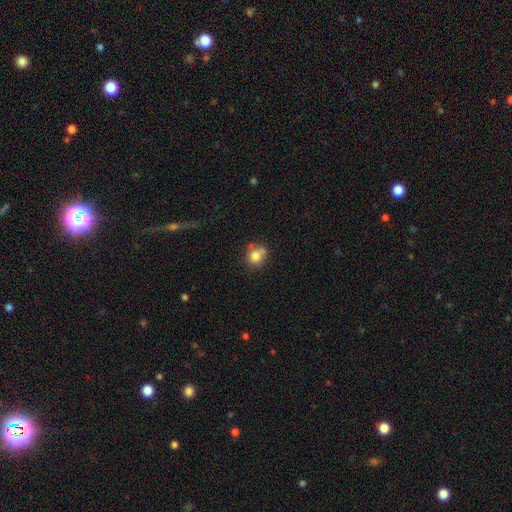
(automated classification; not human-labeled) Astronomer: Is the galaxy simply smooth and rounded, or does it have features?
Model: smooth — 78%.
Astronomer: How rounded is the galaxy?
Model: round — 77%.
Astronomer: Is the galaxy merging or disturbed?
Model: none — 57%.